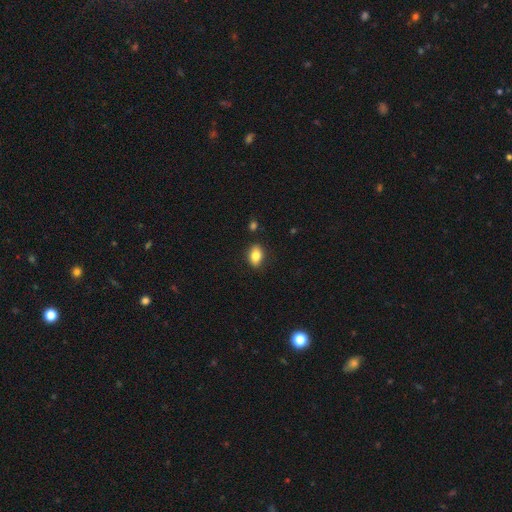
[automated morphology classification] Smooth or featured? smooth (83%)
How rounded? in between (85%)
Merging? none (85%)